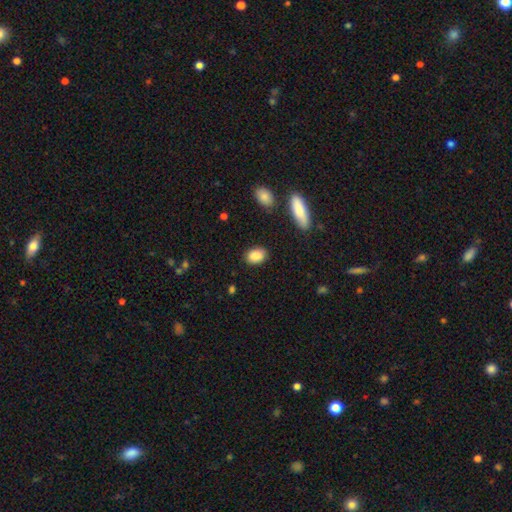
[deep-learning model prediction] A smooth galaxy with no disk features (88%) that is in between round and cigar-shaped (84%). Merging: none (86%).